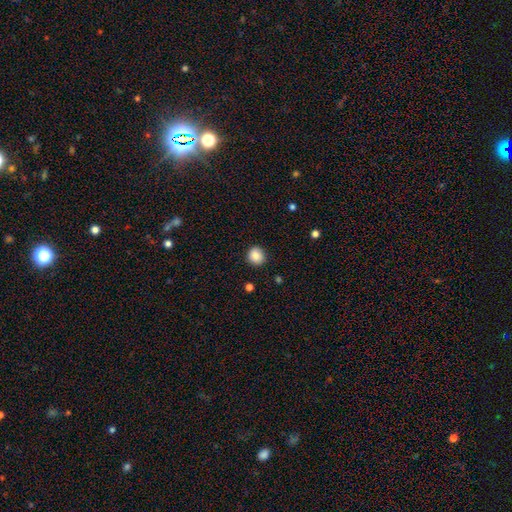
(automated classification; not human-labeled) A smooth galaxy with no disk features (86%) that is round (88%).

Vote fractions:
- Smooth or featured? smooth: 86% / star or artifact: 9% / featured or disk: 5%
- How rounded? round: 88% / in between: 11% / cigar-shaped: 1%
- Merging? none: 90% / minor disturbance: 6% / major disturbance: 2% / merger: 1%